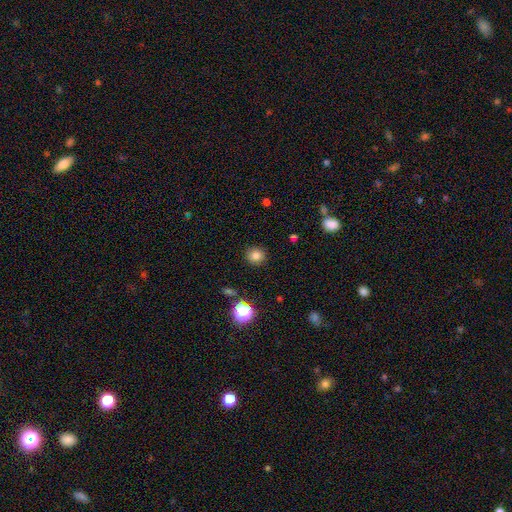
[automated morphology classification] The model was most divided on "smooth or featured": smooth: 81%, star or artifact: 13%, featured or disk: 6%. More confident: merging — none (90%); how rounded — round (88%).